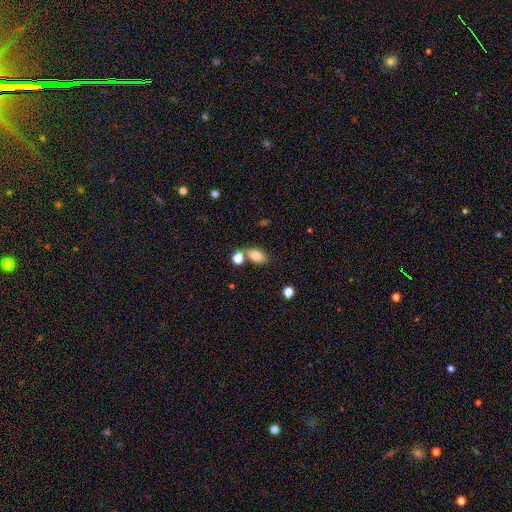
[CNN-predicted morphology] This is clearly a smooth galaxy (81%). How rounded: clearly in between (87%). Merging: likely none (65%).